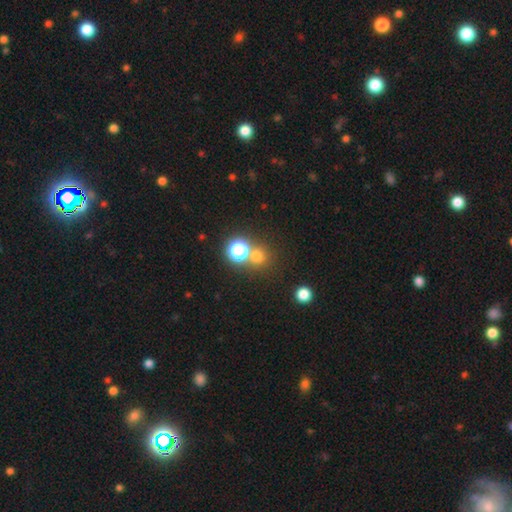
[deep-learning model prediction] Smooth or featured? smooth (65%)
How rounded? round (90%)
Merging? none (67%)